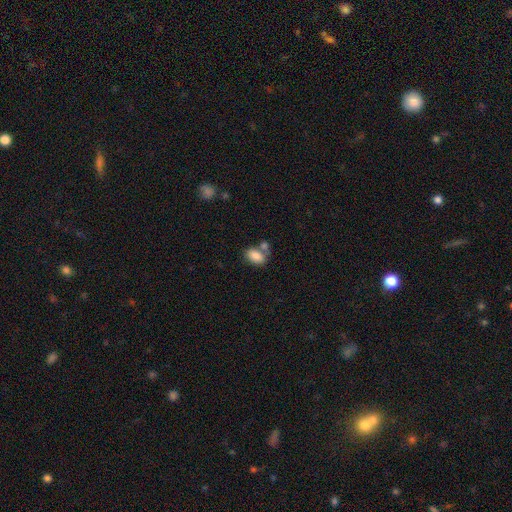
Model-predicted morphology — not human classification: Smooth or featured? smooth (83%)
How rounded? in between (87%)
Merging? none (46%)